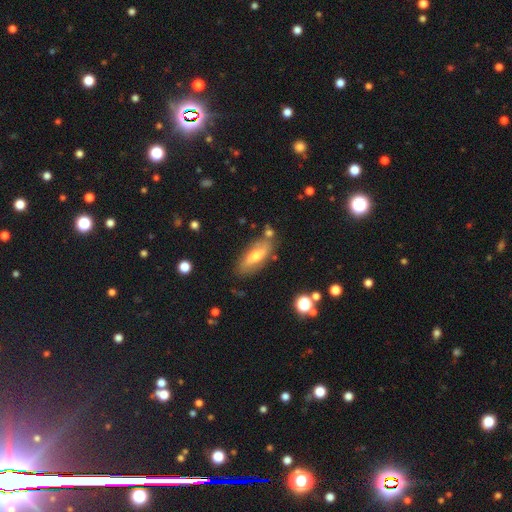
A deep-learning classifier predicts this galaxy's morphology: Smooth or featured? Predicted: smooth (p=0.52). How rounded? Predicted: in between (p=0.63). Merging? Predicted: none (p=0.74).